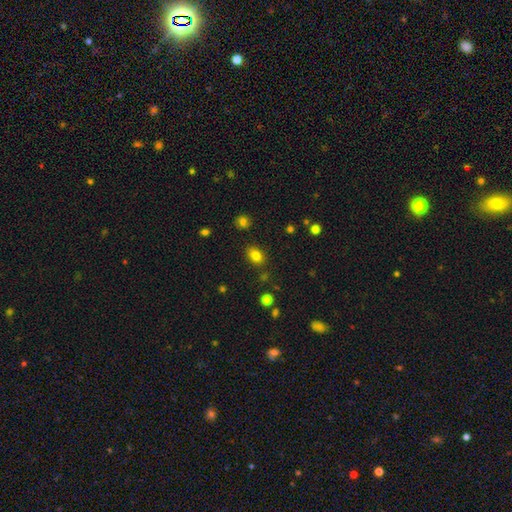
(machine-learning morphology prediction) smooth_or_featured: smooth (p=0.82) [alt: star or artifact p=0.12]
how_rounded: in between (p=0.74) [alt: round p=0.24]
merging: none (p=0.83) [alt: minor disturbance p=0.11]